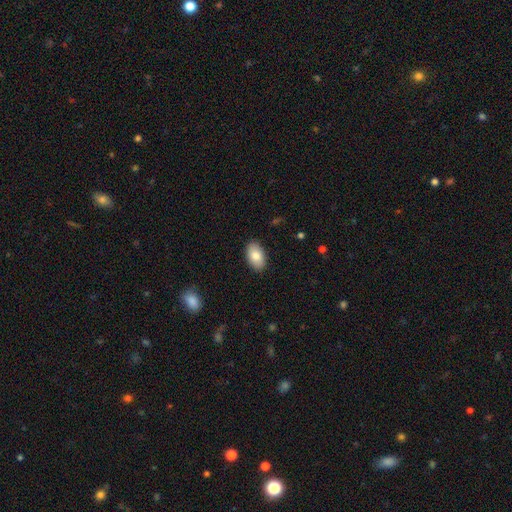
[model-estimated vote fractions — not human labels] A smooth galaxy with no disk features (83%) that is in between round and cigar-shaped (94%). Merging: none (89%).